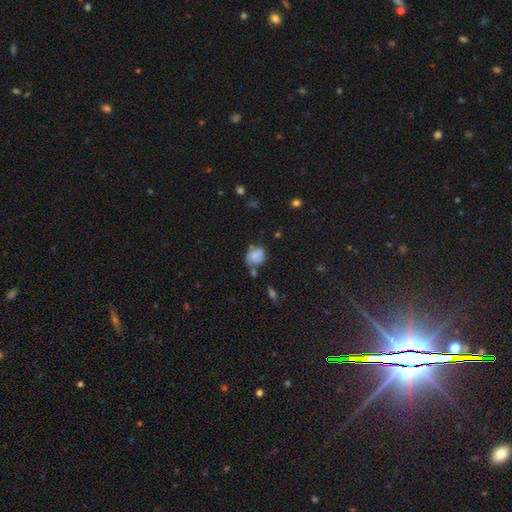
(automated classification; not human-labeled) A smooth galaxy with no disk features (69%) that is round (51%).

Vote fractions:
- Smooth or featured? smooth: 69% / featured or disk: 21% / star or artifact: 11%
- How rounded? round: 51% / in between: 48% / cigar-shaped: 1%
- Merging? none: 44% / minor disturbance: 29% / merger: 15% / major disturbance: 12%